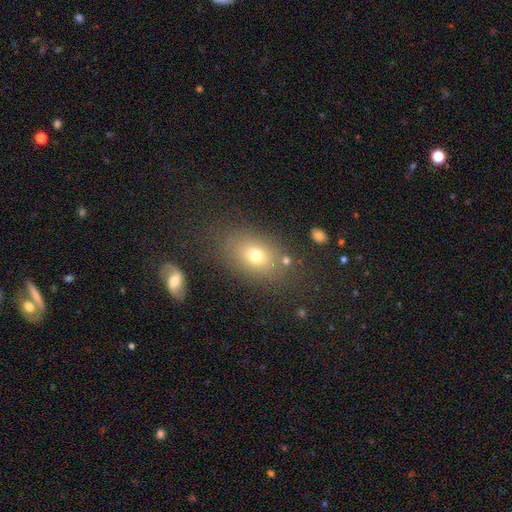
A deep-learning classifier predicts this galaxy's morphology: smooth_or_featured: smooth (p=0.71) [alt: featured or disk p=0.15]
how_rounded: in between (p=0.77) [alt: round p=0.21]
merging: none (p=0.77) [alt: minor disturbance p=0.13]